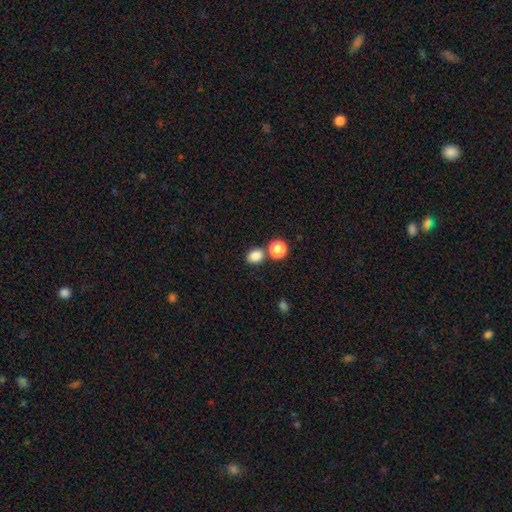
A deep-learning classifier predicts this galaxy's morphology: A smooth galaxy with no disk features (85%) that is round (54%). Merging: none (63%).